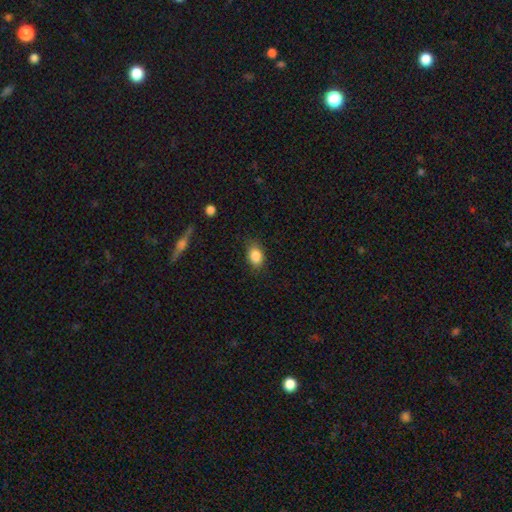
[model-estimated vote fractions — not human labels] Morphology: type=smooth (85%); roundness=in between (77%); merging=none (79%).